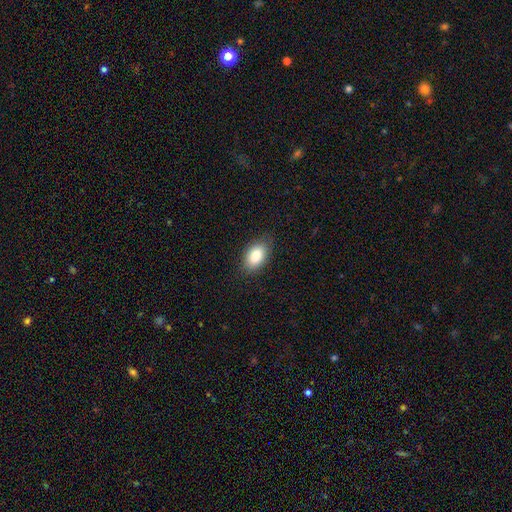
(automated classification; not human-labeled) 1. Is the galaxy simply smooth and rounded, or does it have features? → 86% smooth, 8% featured or disk, 7% star or artifact.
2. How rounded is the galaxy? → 91% in between, 7% round, 2% cigar-shaped.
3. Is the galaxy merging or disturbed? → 82% none, 14% minor disturbance, 3% major disturbance, 1% merger.